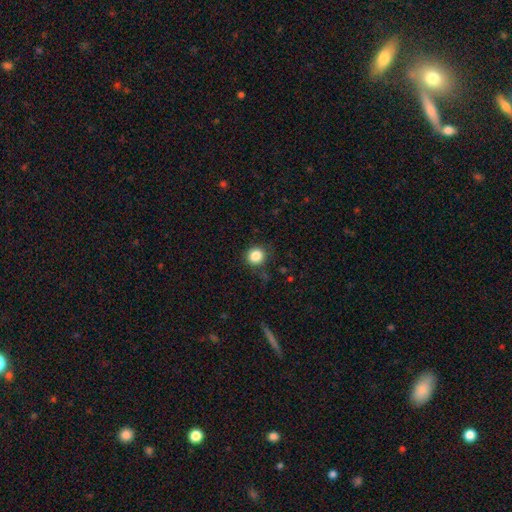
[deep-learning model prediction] smooth 85%, star or artifact 11%, featured or disk 5%. Down the decision tree: how rounded — round (88%); merging — none (81%).